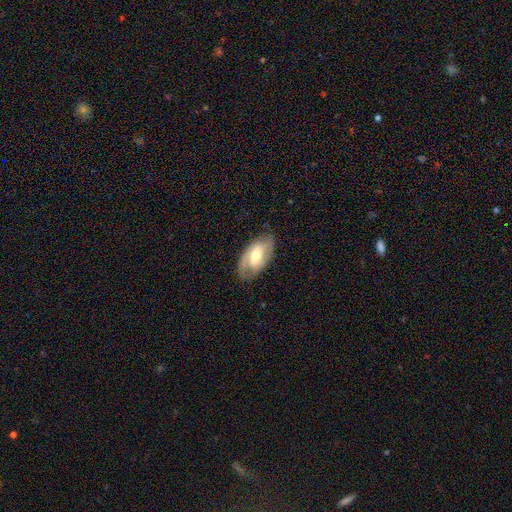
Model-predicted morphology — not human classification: A featured or disk galaxy (65%) with a weak bar (45%), spiral arms (78%) and a moderate central bulge (65%).

Vote fractions:
- Smooth or featured? featured or disk: 65% / smooth: 29% / star or artifact: 6%
- Edge-on disk? no: 92% / yes: 8%
- Bar? weak: 45% / no: 28% / strong: 27%
- Spiral arms? yes: 78% / no: 22%
- Bulge size? moderate: 65% / small: 24% / large: 8% / none: 1% / dominant: 1%
- Merging? none: 77% / minor disturbance: 16% / major disturbance: 5% / merger: 1%